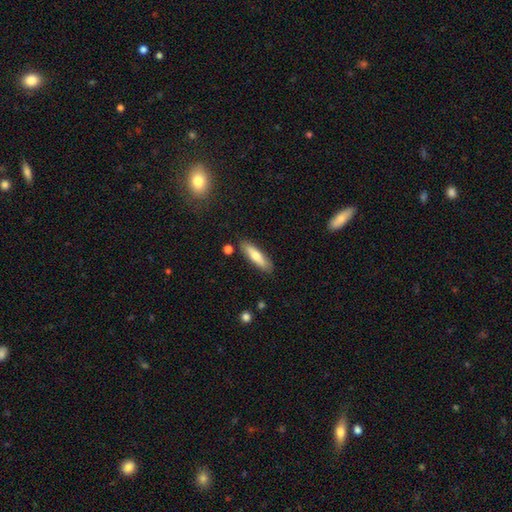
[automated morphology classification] Smooth or featured? Predicted: smooth (p=0.69). How rounded? Predicted: cigar-shaped (p=0.68). Merging? Predicted: none (p=0.85).